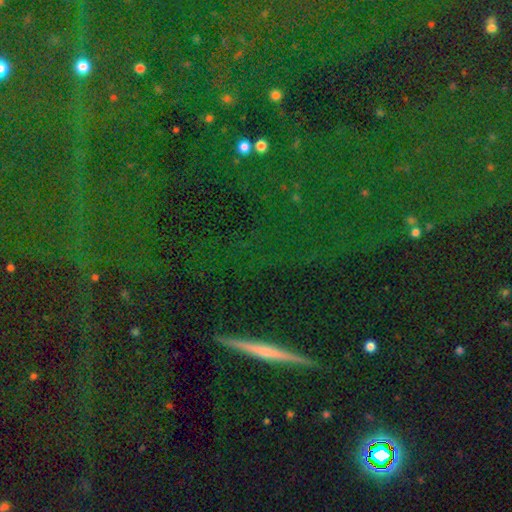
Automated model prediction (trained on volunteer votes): This appears to be a star or artifact, not a galaxy (55%).